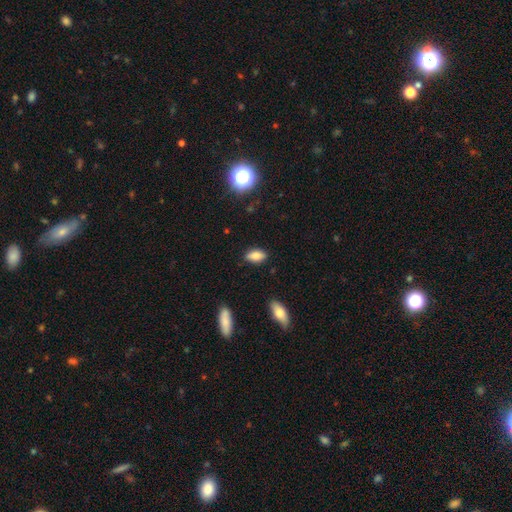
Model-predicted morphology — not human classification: type=smooth (79%); roundness=in between (87%); merging=none (84%).